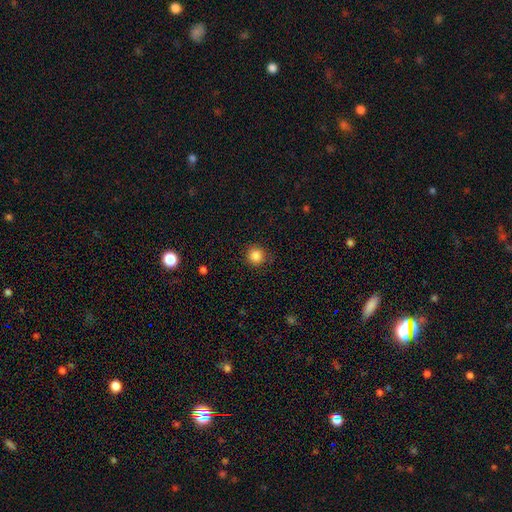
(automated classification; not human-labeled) The model was most divided on "smooth or featured": smooth: 86%, star or artifact: 11%, featured or disk: 3%. More confident: how rounded — round (94%); merging — none (88%).